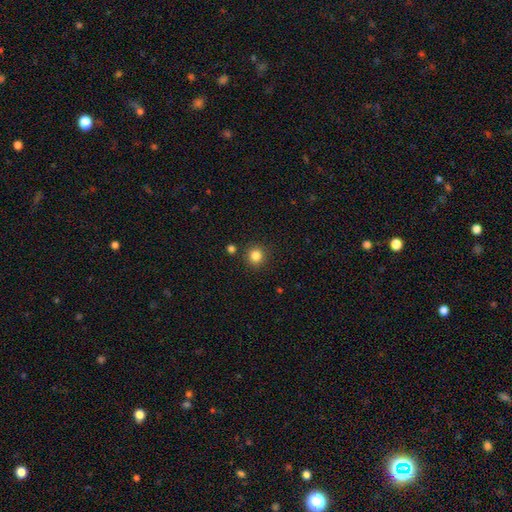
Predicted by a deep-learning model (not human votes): This appears to be a smooth galaxy with no disk features (83%) that is round (94%). Merging: none (88%).